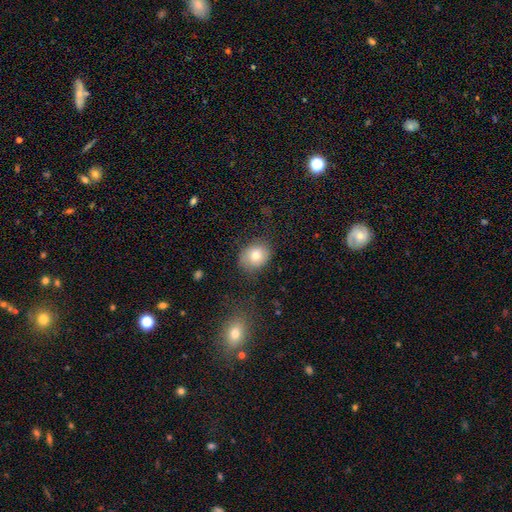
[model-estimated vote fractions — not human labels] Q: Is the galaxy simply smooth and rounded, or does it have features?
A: smooth — 78%.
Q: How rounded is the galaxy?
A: round — 61%.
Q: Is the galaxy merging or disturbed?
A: none — 76%.